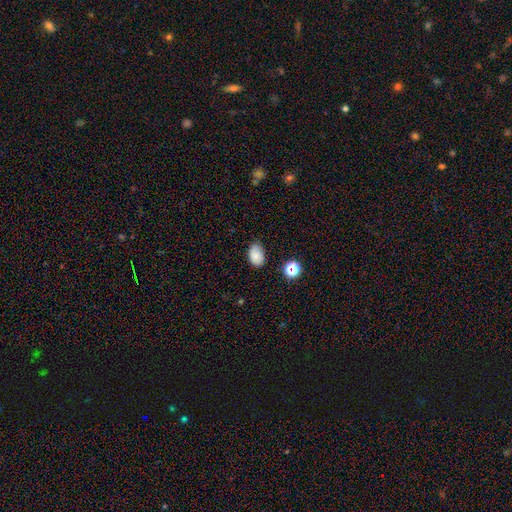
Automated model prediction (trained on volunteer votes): Smooth or featured?
  - smooth: 80% *
  - star or artifact: 11%
  - featured or disk: 9%
How rounded?
  - in between: 83% *
  - round: 15%
  - cigar-shaped: 1%
Merging?
  - none: 71% *
  - minor disturbance: 23%
  - major disturbance: 4%
  - merger: 2%